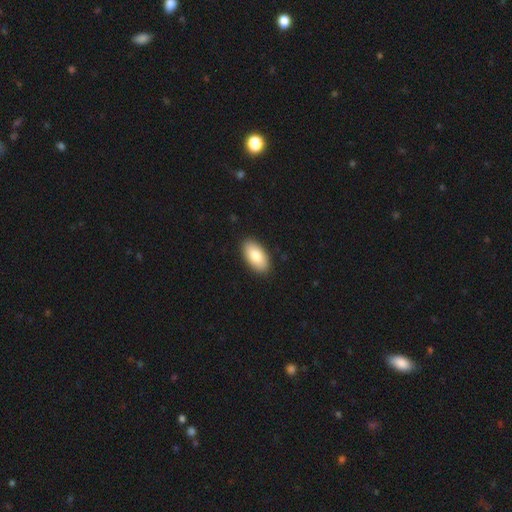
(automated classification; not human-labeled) Morphology: type=smooth (82%); roundness=in between (95%); merging=none (90%).